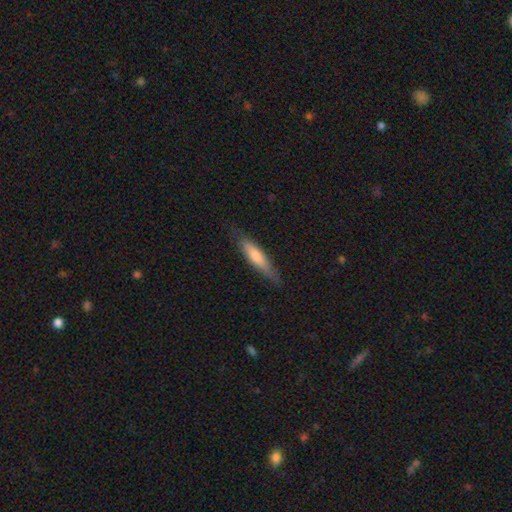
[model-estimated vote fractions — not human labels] A smooth galaxy with no disk features (57%) that is cigar-shaped (84%). Merging: none (81%).